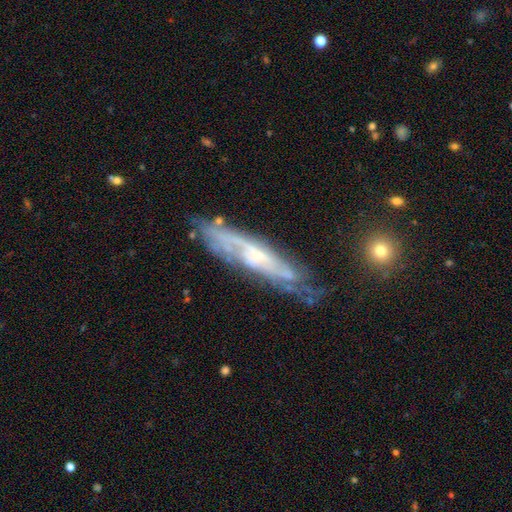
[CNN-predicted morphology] featured or disk 78%, smooth 15%, star or artifact 7%. Down the decision tree: edge-on disk — no (62%); merging — none (67%).